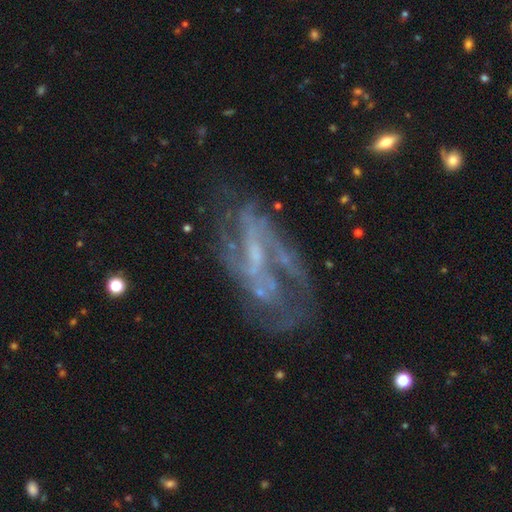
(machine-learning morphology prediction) A featured or disk galaxy (80%) with a weak bar (41%), 2 (41%) medium (41%) spiral arms (75%) and a small central bulge (48%).

Vote fractions:
- Smooth or featured? featured or disk: 80% / smooth: 10% / star or artifact: 9%
- Edge-on disk? no: 92% / yes: 8%
- Bar? weak: 41% / no: 32% / strong: 27%
- Spiral arms? yes: 75% / no: 25%
- Spiral winding? medium: 41% / loose: 30% / tight: 28%
- Spiral arm count? 2: 41% / can't tell: 35% / 3: 10% / 1: 7% / 4: 4% / more than 4: 3%
- Bulge size? small: 48% / none: 32% / moderate: 17% / large: 2% / dominant: 1%
- Merging? none: 49% / major disturbance: 24% / minor disturbance: 20% / merger: 7%